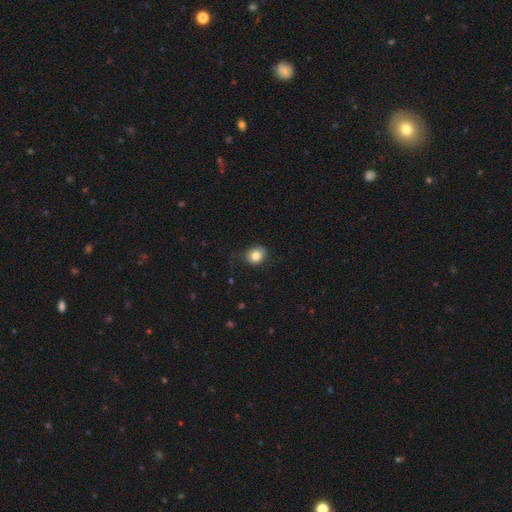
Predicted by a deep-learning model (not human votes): smooth-or-featured: smooth: 83% | star or artifact: 10% | featured or disk: 7%
  how-rounded: round: 64% | in between: 35% | cigar-shaped: 1%
  merging: none: 78% | minor disturbance: 17% | major disturbance: 4% | merger: 1%